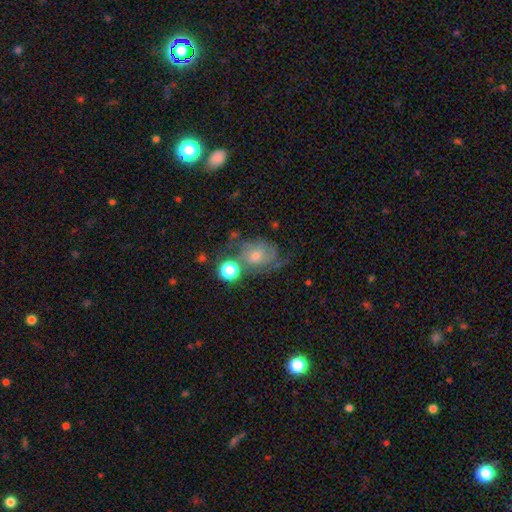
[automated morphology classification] Q: Smooth or featured?
A: featured or disk (57%); runner-up: smooth (31%)
Q: Edge-on disk?
A: no (97%); runner-up: yes (3%)
Q: Bar?
A: no (69%); runner-up: weak (26%)
Q: Spiral arms?
A: yes (85%); runner-up: no (15%)
Q: Bulge size?
A: moderate (46%); runner-up: small (42%)
Q: Merging?
A: none (44%); runner-up: minor disturbance (23%)